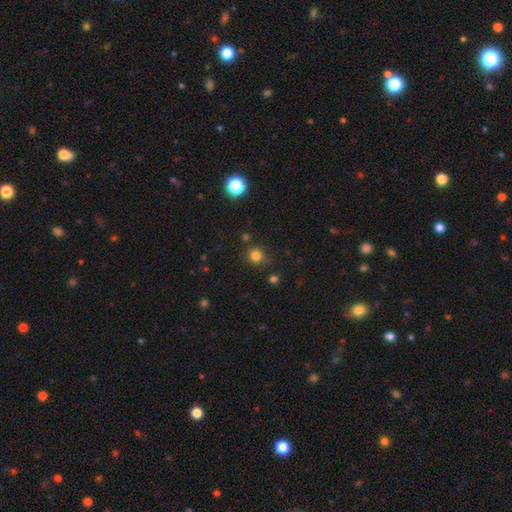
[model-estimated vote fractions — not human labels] Smooth or featured? Predicted: smooth (p=0.79). How rounded? Predicted: round (p=0.87). Merging? Predicted: none (p=0.74).